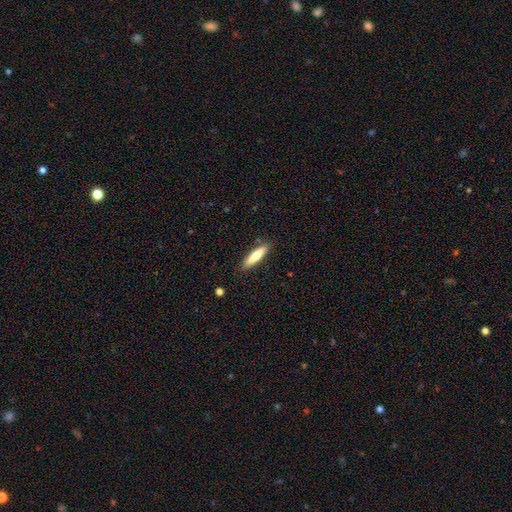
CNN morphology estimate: A smooth galaxy with no disk features (74%) that is cigar-shaped (76%). Merging: none (88%).